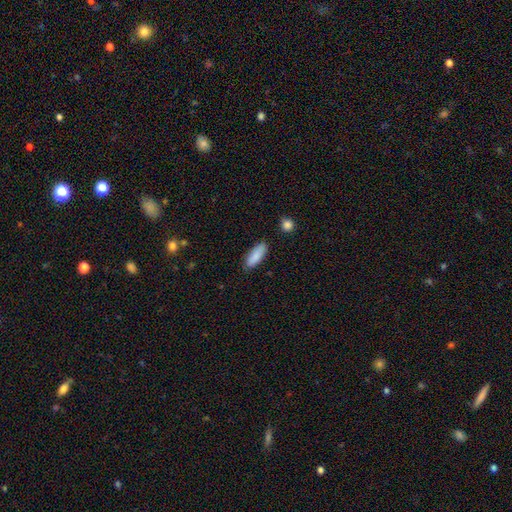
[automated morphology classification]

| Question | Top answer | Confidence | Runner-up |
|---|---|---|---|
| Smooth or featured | smooth | 87% | featured or disk (7%) |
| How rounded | in between | 68% | cigar-shaped (30%) |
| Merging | none | 82% | minor disturbance (14%) |